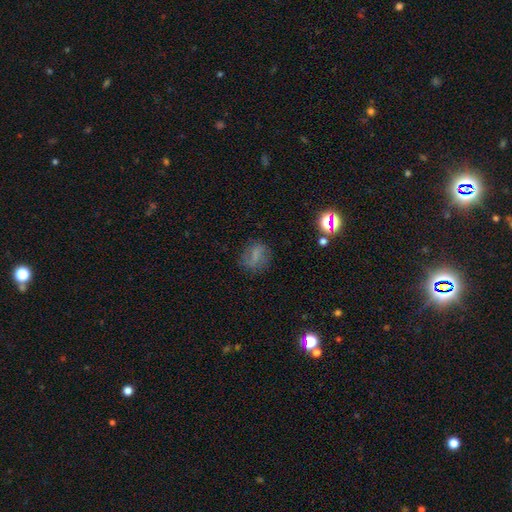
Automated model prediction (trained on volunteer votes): Smooth or featured?
  - smooth: 54% *
  - featured or disk: 29%
  - star or artifact: 17%
How rounded?
  - round: 59% *
  - in between: 38%
  - cigar-shaped: 3%
Merging?
  - none: 70% *
  - minor disturbance: 18%
  - major disturbance: 9%
  - merger: 2%